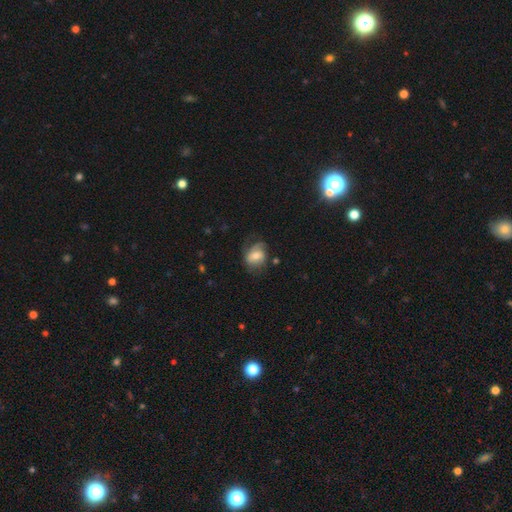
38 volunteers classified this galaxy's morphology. smooth_or_featured: smooth (p=0.55) [alt: featured or disk p=0.39]
how_rounded: in between (p=0.57) [alt: round p=0.43]
merging: none (p=0.36) [alt: major disturbance p=0.33]